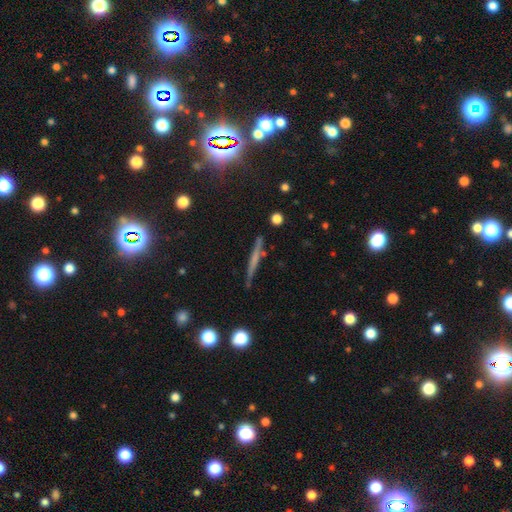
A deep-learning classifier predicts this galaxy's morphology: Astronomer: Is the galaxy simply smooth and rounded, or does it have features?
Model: featured or disk — 48% (runner-up: smooth, 39%).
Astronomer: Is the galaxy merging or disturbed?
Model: none — 86%.